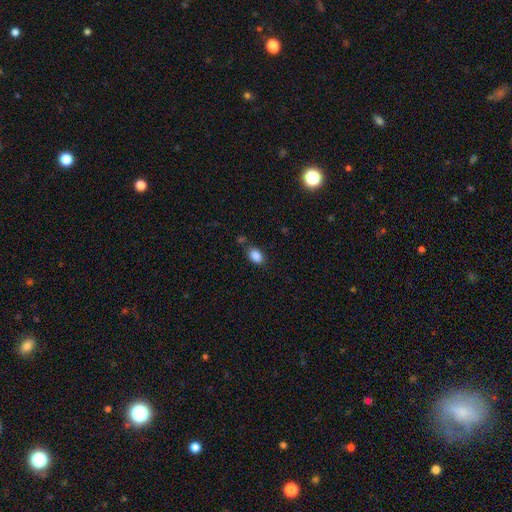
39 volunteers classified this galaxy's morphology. A smooth galaxy with no disk features (87%) that is in between round and cigar-shaped (76%). Merging: none (81%).